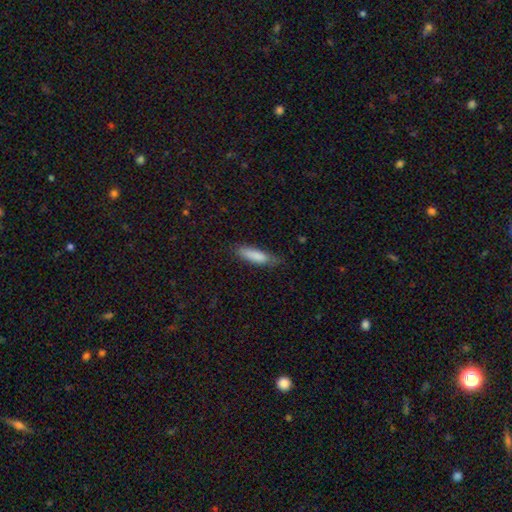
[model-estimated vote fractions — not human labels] smooth-or-featured: smooth: 85% | featured or disk: 9% | star or artifact: 6%
  how-rounded: cigar-shaped: 62% | in between: 36% | round: 2%
  merging: none: 72% | minor disturbance: 22% | major disturbance: 5% | merger: 1%